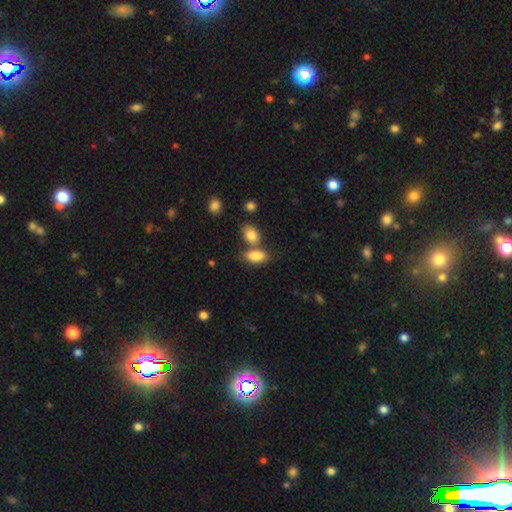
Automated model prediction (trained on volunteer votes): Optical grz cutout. It shows a smooth galaxy with no disk features (83%) that is in between round and cigar-shaped (89%). Merging: none (49%).